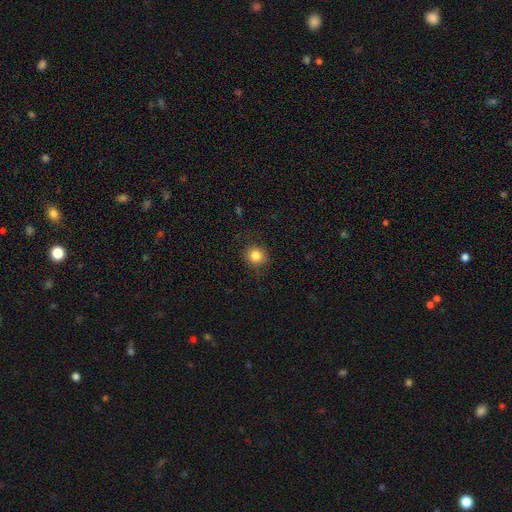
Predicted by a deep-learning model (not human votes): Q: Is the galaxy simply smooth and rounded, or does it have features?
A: smooth — 83%.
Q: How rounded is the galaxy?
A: round — 87%.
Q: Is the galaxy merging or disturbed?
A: none — 84%.